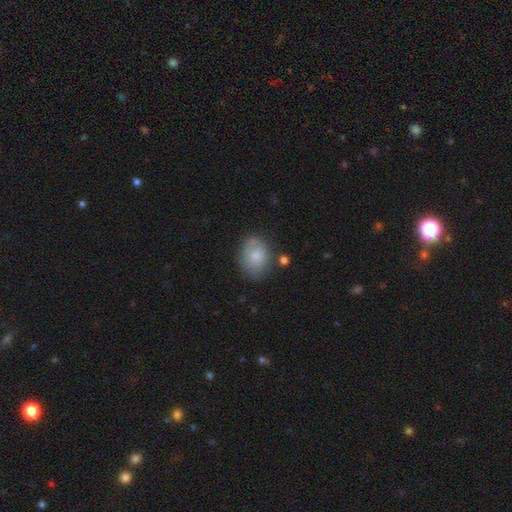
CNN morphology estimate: Smooth or featured?
  - smooth: 76% *
  - featured or disk: 17%
  - star or artifact: 8%
How rounded?
  - in between: 59% *
  - round: 40%
  - cigar-shaped: 1%
Merging?
  - none: 65% *
  - minor disturbance: 23%
  - major disturbance: 7%
  - merger: 5%